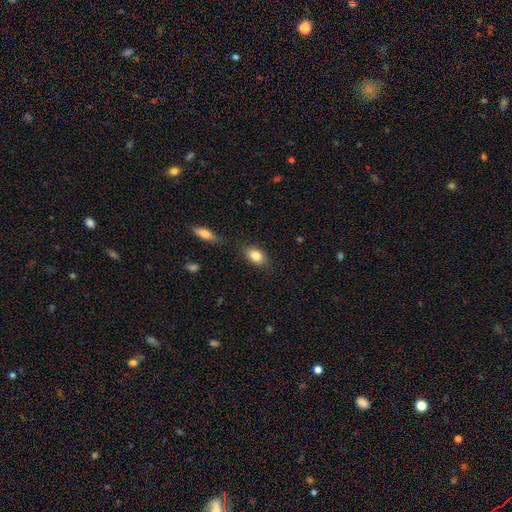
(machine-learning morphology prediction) type=smooth (83%); roundness=in between (84%); merging=none (83%).